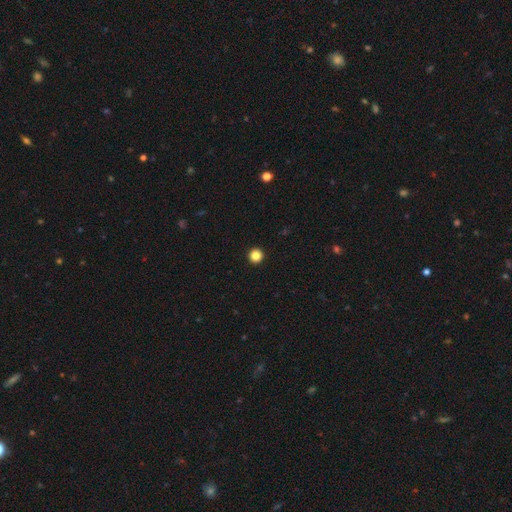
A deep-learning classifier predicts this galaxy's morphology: smooth 86%, star or artifact 11%, featured or disk 3%. Down the decision tree: how rounded — round (96%); merging — none (95%).